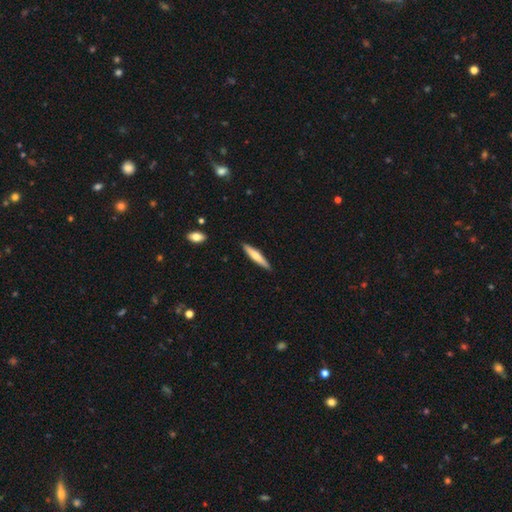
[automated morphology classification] The model was most divided on "smooth or featured": smooth: 59%, featured or disk: 36%, star or artifact: 5%. More confident: merging — none (89%); how rounded — cigar-shaped (89%).